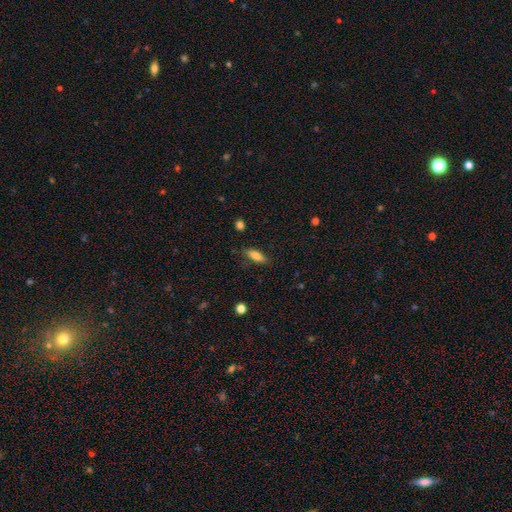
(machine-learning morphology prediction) smooth 77%, featured or disk 15%, star or artifact 8%. Down the decision tree: how rounded — in between (61%); merging — none (78%).